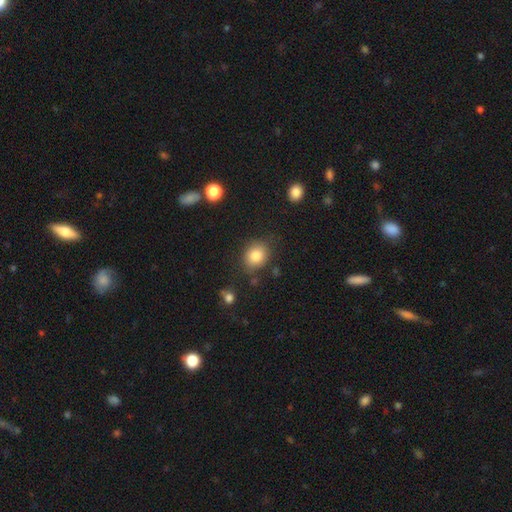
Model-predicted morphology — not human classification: smooth-or-featured: smooth: 83% | star or artifact: 10% | featured or disk: 7%
  how-rounded: round: 61% | in between: 38% | cigar-shaped: 1%
  merging: none: 76% | minor disturbance: 16% | major disturbance: 5% | merger: 4%